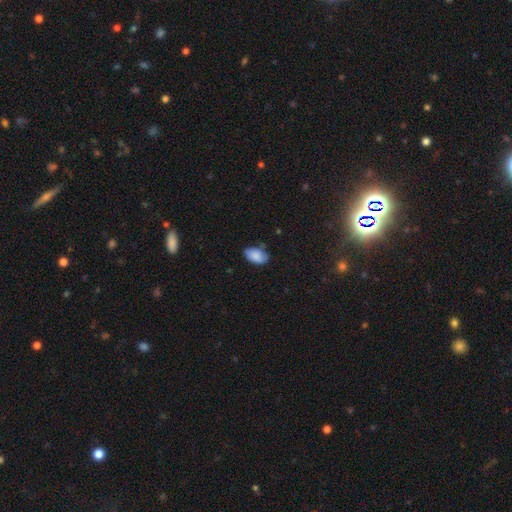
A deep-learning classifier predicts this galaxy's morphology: type=smooth (83%); roundness=in between (90%); merging=none (66%).